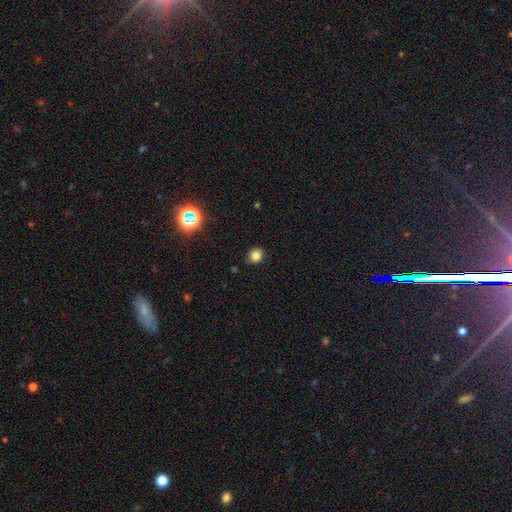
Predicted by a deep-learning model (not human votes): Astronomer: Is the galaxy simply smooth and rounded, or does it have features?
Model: smooth — 81%.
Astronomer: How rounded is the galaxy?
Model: round — 80%.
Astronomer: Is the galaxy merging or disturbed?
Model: none — 83%.